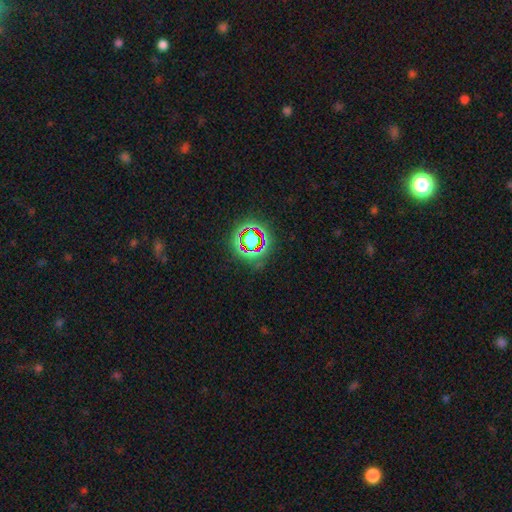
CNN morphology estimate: This appears to be a star or artifact, not a galaxy (72%).